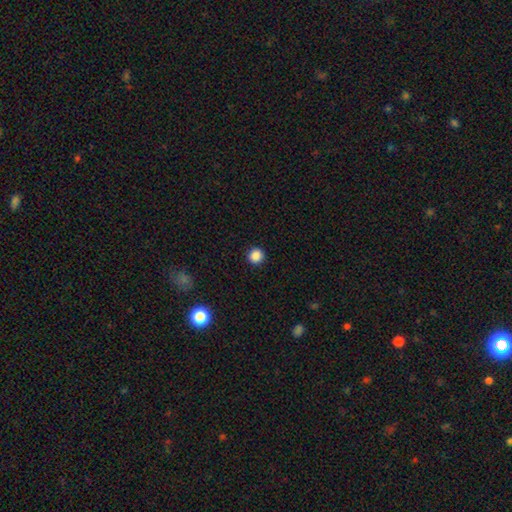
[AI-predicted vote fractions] The model was most divided on "smooth or featured": smooth: 87%, star or artifact: 11%, featured or disk: 3%. More confident: how rounded — round (94%); merging — none (93%).